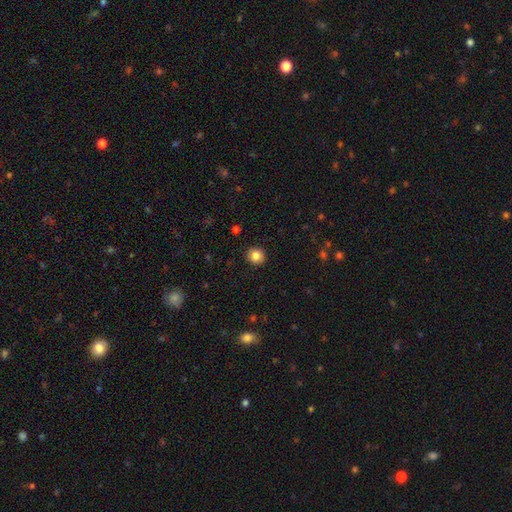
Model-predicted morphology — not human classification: This appears to be a smooth galaxy with no disk features (84%) that is round (87%). Merging: none (92%).